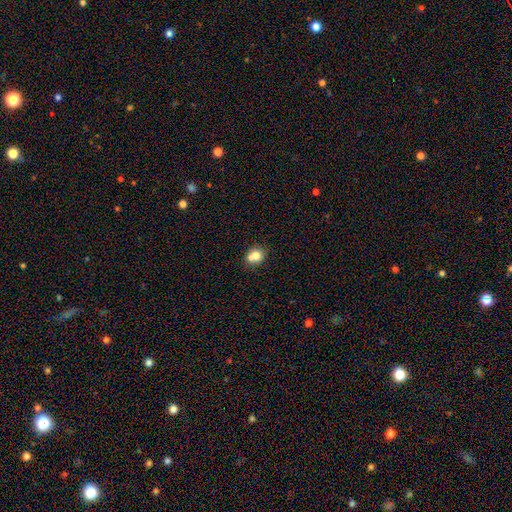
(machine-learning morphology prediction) Overall: smooth (75%). How rounded: round (72%). Merging: none (48%; merger 38%).